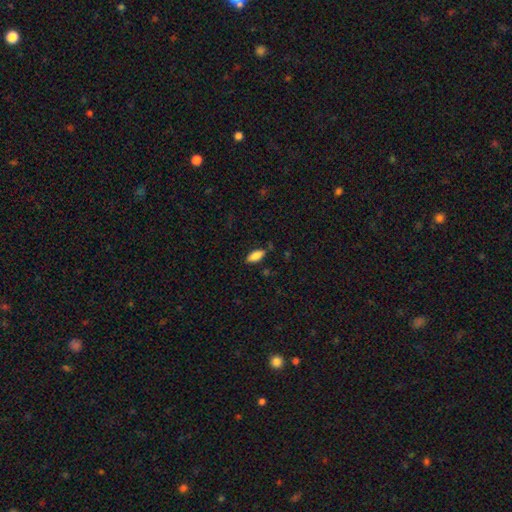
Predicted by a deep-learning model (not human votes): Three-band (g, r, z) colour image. It shows a smooth galaxy with no disk features (85%) that is in between round and cigar-shaped (86%). Merging: none (80%).